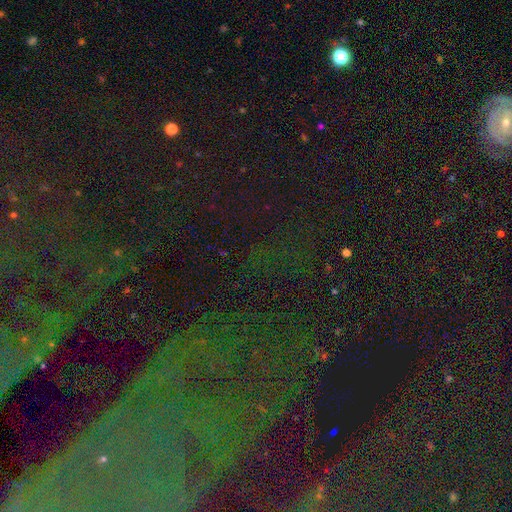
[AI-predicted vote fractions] This is likely a star or artifact rather than a galaxy (75%).